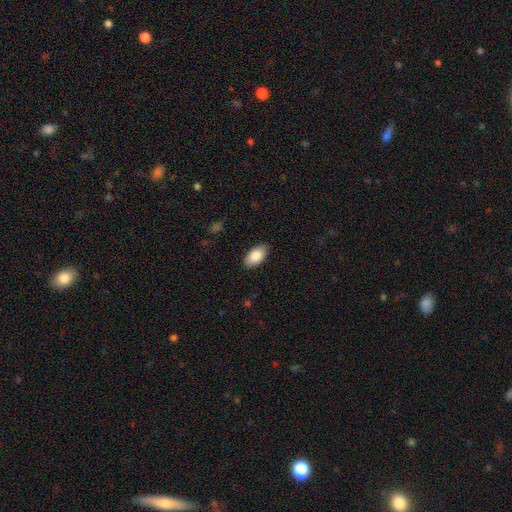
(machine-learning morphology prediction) Smooth or featured? smooth (86%)
How rounded? in between (95%)
Merging? none (87%)